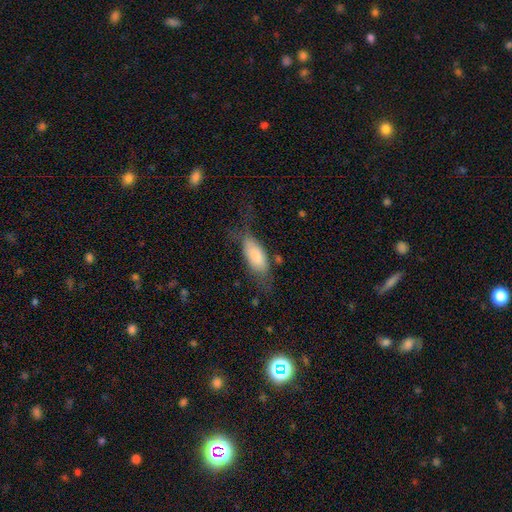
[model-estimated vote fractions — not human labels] Smooth or featured? Predicted: smooth (p=0.75). How rounded? Predicted: in between (p=0.82). Merging? Predicted: none (p=0.45).